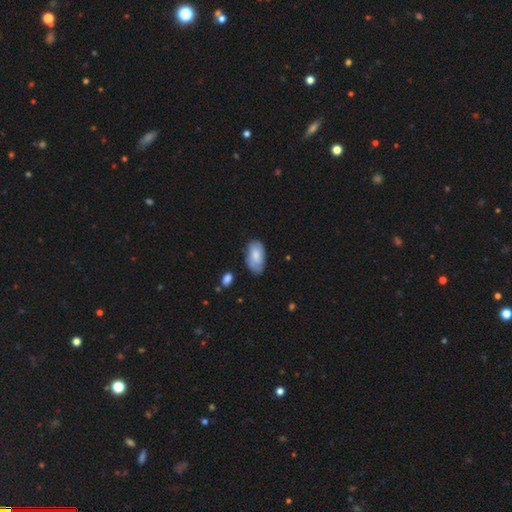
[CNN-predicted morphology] smooth-or-featured: smooth: 70% | featured or disk: 23% | star or artifact: 6%
  how-rounded: in between: 94% | round: 4% | cigar-shaped: 2%
  merging: none: 68% | minor disturbance: 24% | major disturbance: 5% | merger: 3%